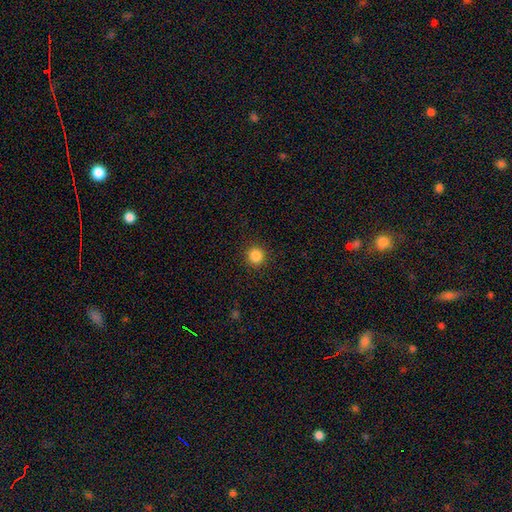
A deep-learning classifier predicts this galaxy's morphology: smooth_or_featured: smooth (p=0.86) [alt: star or artifact p=0.11]
how_rounded: round (p=0.94) [alt: in between p=0.05]
merging: none (p=0.92) [alt: minor disturbance p=0.05]